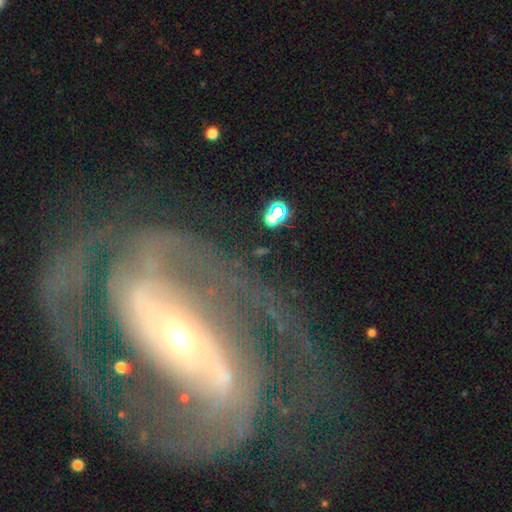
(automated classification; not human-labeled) smooth_or_featured: featured or disk (p=0.84) [alt: smooth p=0.08]
disk_edge_on: no (p=0.94) [alt: yes p=0.06]
bar: strong (p=0.43) [alt: no p=0.29]
has_spiral_arms: yes (p=0.90) [alt: no p=0.10]
spiral_winding: medium (p=0.43) [alt: tight p=0.32]
spiral_arm_count: 2 (p=0.70) [alt: can't tell p=0.11]
bulge_size: small (p=0.49) [alt: moderate p=0.44]
merging: none (p=0.56) [alt: major disturbance p=0.23]